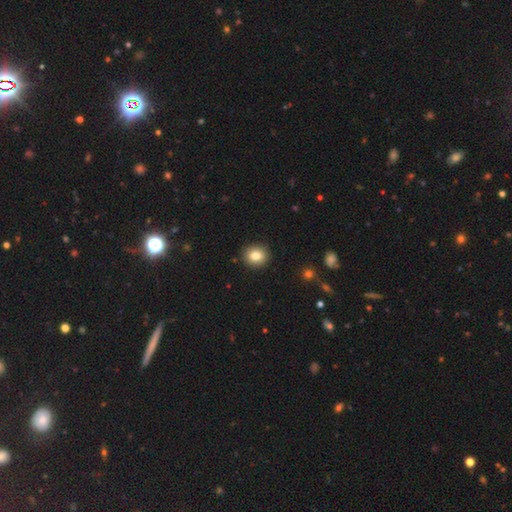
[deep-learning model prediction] smooth 82%, star or artifact 10%, featured or disk 8%. Down the decision tree: how rounded — round (84%); merging — none (91%).